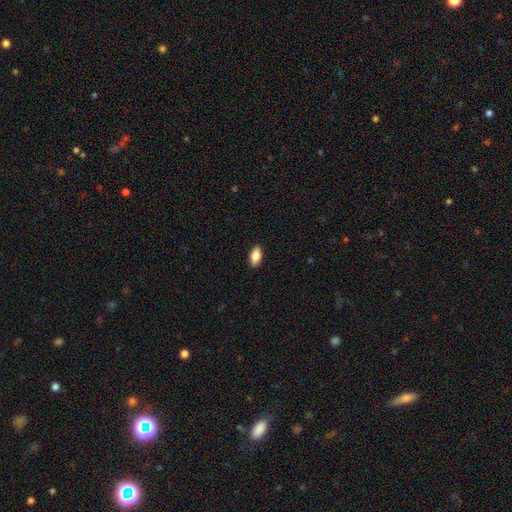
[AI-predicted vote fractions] Smooth or featured: smooth — 86% (featured or disk — 7%)
How rounded: in between — 91% (cigar-shaped — 6%)
Merging: none — 89% (minor disturbance — 8%)